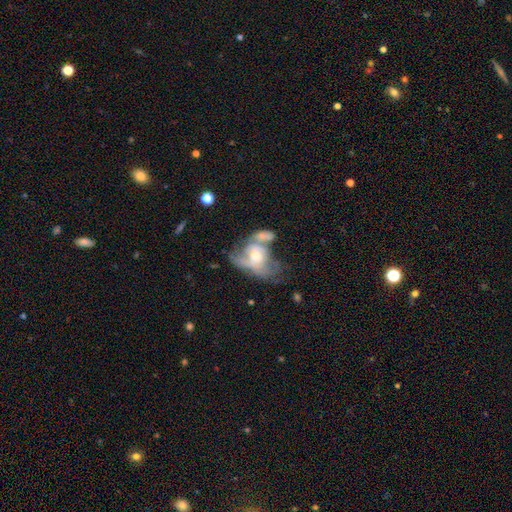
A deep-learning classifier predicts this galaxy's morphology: Smooth or featured? Predicted: featured or disk (p=0.60). Edge-on disk? Predicted: no (p=0.95). Bar? Predicted: no (p=0.74). Spiral arms? Predicted: yes (p=0.54). Bulge size? Predicted: moderate (p=0.54). Merging? Predicted: merger (p=0.42).